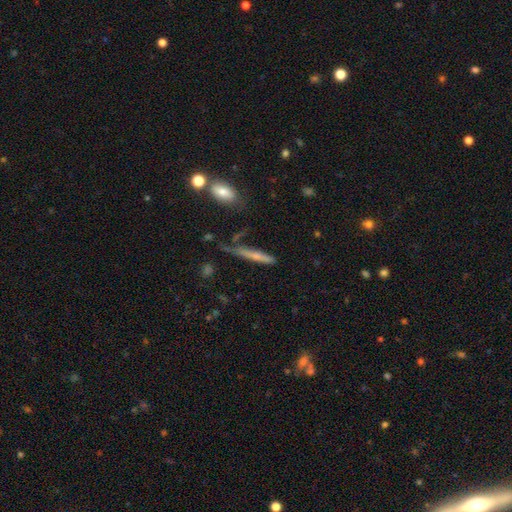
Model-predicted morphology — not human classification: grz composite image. It shows a smooth galaxy with no disk features (55%) that is cigar-shaped (91%). Merging: none (63%).